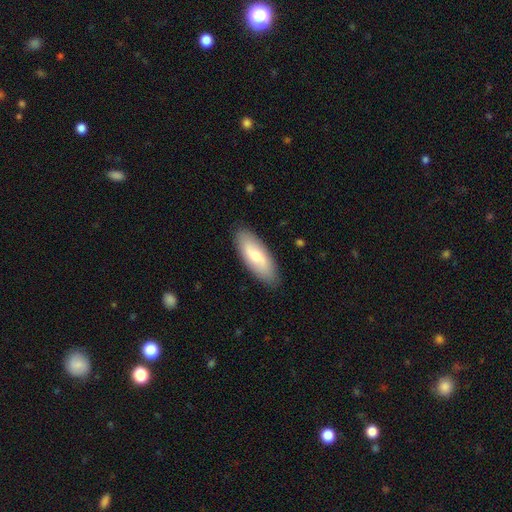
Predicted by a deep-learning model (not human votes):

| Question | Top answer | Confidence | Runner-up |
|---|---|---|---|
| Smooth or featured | smooth | 63% | featured or disk (32%) |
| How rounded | in between | 76% | cigar-shaped (21%) |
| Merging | none | 88% | minor disturbance (9%) |